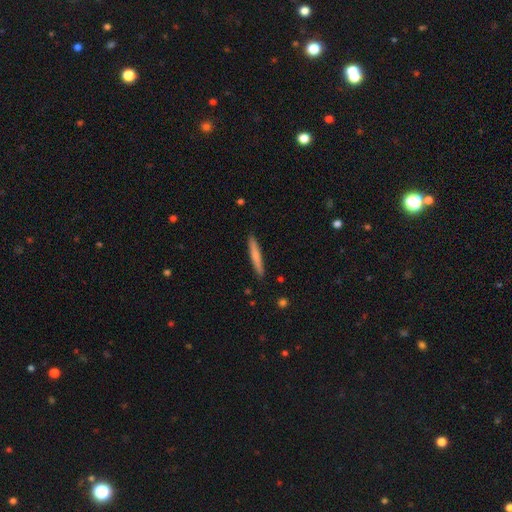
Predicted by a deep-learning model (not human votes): Smooth or featured? smooth (69%)
How rounded? cigar-shaped (95%)
Merging? none (90%)